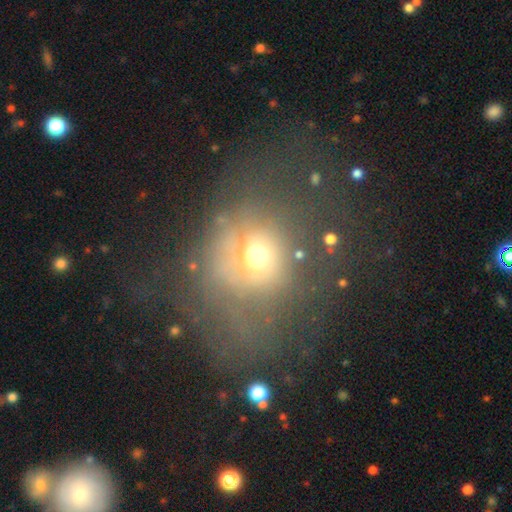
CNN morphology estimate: Smooth or featured: smooth — 49% (featured or disk — 32%)
Merging: none — 39% (major disturbance — 37%)